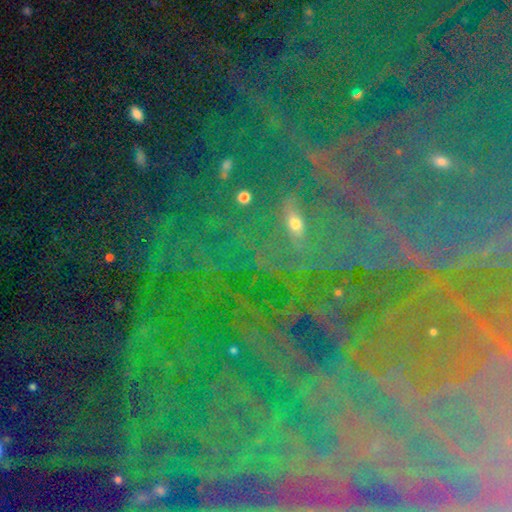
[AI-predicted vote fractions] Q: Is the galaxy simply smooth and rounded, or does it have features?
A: star or artifact — 80%.